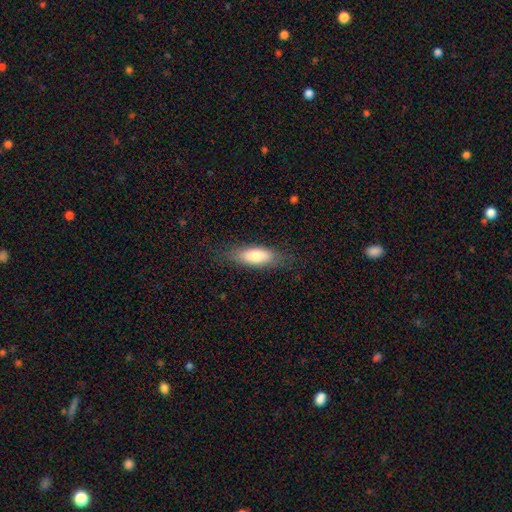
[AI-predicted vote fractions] smooth 77%, featured or disk 16%, star or artifact 6%. Down the decision tree: how rounded — in between (68%); merging — none (78%).